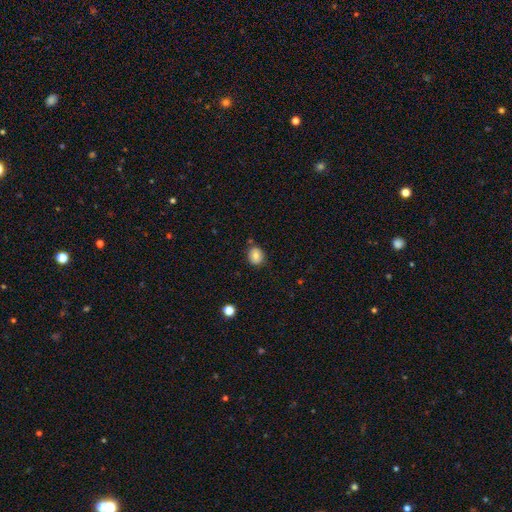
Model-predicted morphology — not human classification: This appears to be a smooth galaxy with no disk features (80%) that is round (68%). Merging: none (80%).